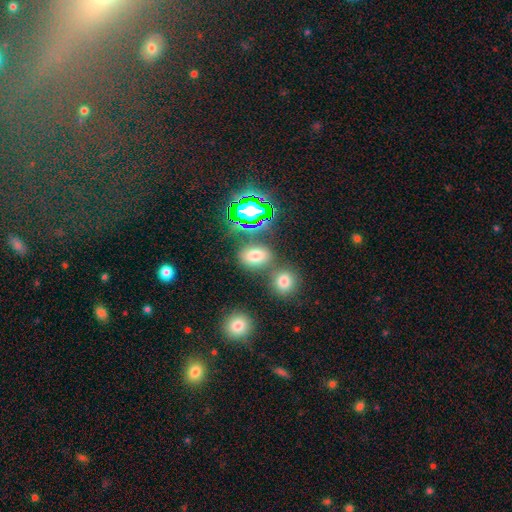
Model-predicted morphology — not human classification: A smooth galaxy with no disk features (66%) that is in between round and cigar-shaped (73%).

Vote fractions:
- Smooth or featured? smooth: 66% / star or artifact: 24% / featured or disk: 10%
- How rounded? in between: 73% / round: 25% / cigar-shaped: 2%
- Merging? none: 68% / merger: 16% / minor disturbance: 11% / major disturbance: 4%